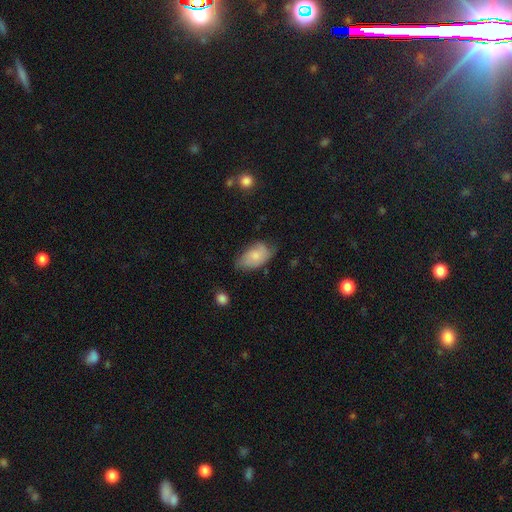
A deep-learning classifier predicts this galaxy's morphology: This is likely a smooth galaxy (69%). How rounded: clearly in between (93%). Merging: possibly none (54%).